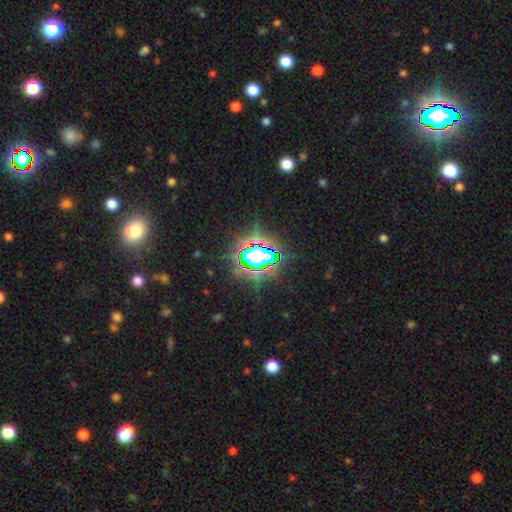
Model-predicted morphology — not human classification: This is likely a star or artifact rather than a galaxy (76%).